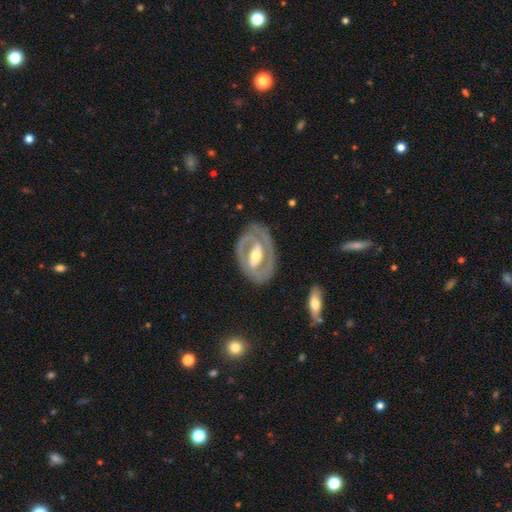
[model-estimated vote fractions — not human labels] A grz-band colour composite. It shows a featured or disk galaxy (83%) with a strong bar (52%), 2 (77%) tight (56%) spiral arms (74%) and a moderate central bulge (67%). Merging: none (79%).